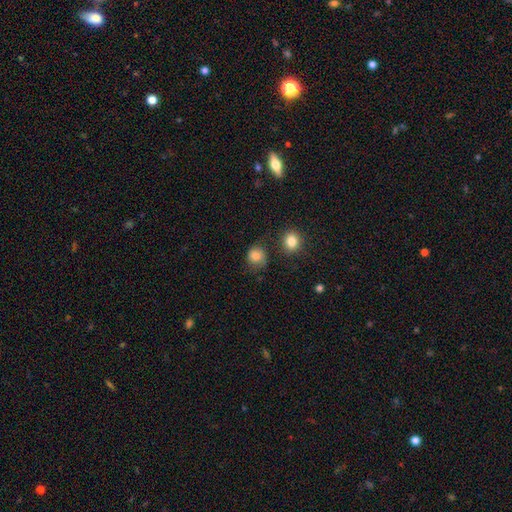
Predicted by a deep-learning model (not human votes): A smooth galaxy with no disk features (81%) that is round (83%). Merging: none (70%).